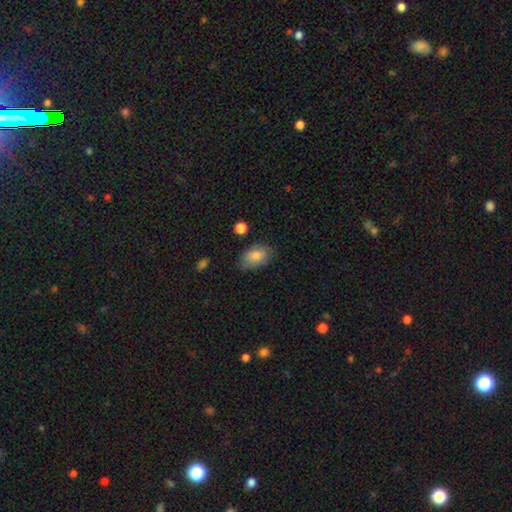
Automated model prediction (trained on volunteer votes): Smooth or featured? smooth (81%)
How rounded? in between (91%)
Merging? none (79%)